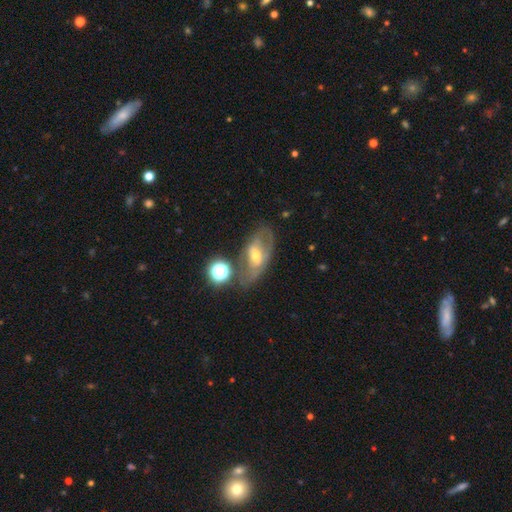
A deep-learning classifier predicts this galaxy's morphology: Overall: featured or disk (65%). Edge-on disk: no (89%). Bar: no (40%; weak 39%). Spiral arms: yes (59%; no 41%). Bulge size: moderate (52%; small 40%). Merging: none (53%; minor disturbance 21%).